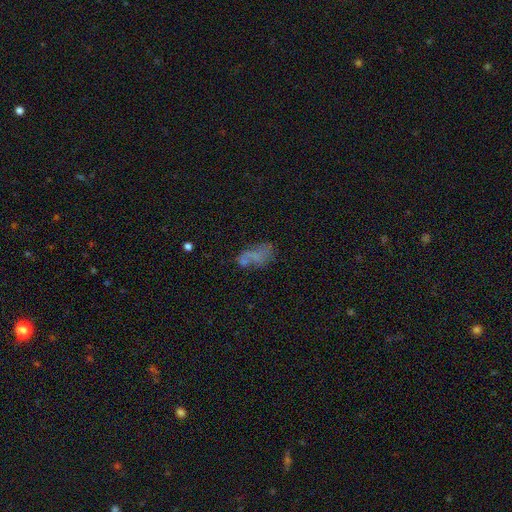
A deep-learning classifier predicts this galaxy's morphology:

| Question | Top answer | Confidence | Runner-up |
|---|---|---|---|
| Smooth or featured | smooth | 54% | featured or disk (29%) |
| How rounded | in between | 86% | round (7%) |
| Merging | none | 37% | major disturbance (22%) |